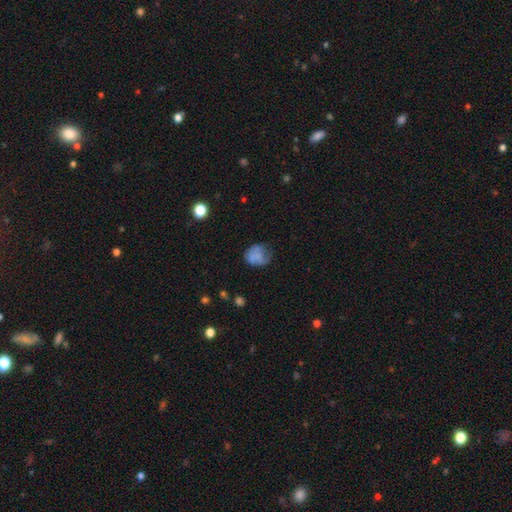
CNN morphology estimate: Q: Smooth or featured?
A: smooth (67%); runner-up: featured or disk (22%)
Q: How rounded?
A: round (58%); runner-up: in between (41%)
Q: Merging?
A: none (42%); runner-up: minor disturbance (34%)